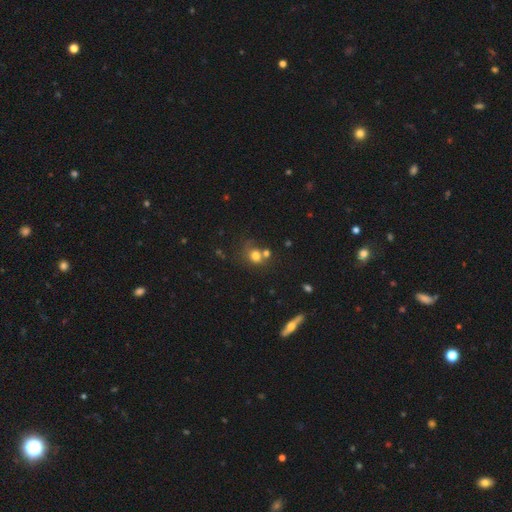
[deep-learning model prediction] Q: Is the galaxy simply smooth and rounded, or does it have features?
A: smooth — 74%.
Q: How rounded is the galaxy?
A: round — 72%.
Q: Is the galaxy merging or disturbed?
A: none — 47%.